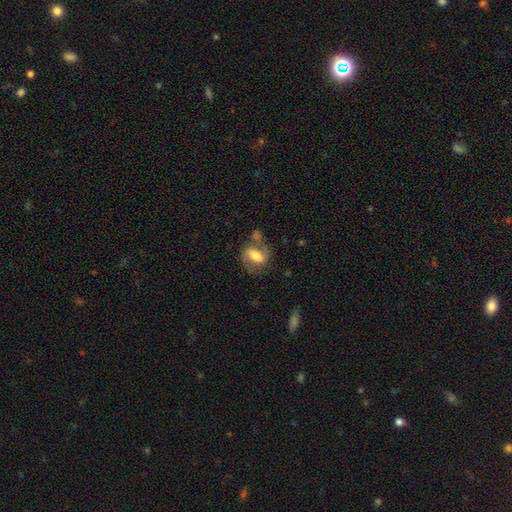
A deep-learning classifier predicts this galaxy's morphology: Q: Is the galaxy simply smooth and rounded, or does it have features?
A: featured or disk — 50%.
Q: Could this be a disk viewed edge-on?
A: no — 93%.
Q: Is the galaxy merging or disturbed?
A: none — 50%.